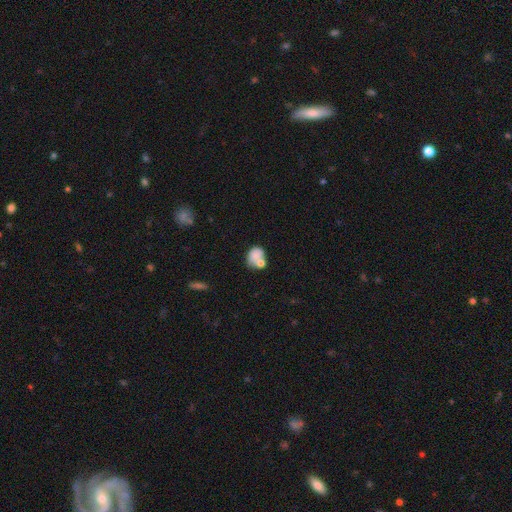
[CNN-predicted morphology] Q: Smooth or featured?
A: smooth (78%); runner-up: featured or disk (13%)
Q: How rounded?
A: round (58%); runner-up: in between (41%)
Q: Merging?
A: none (45%); runner-up: merger (34%)